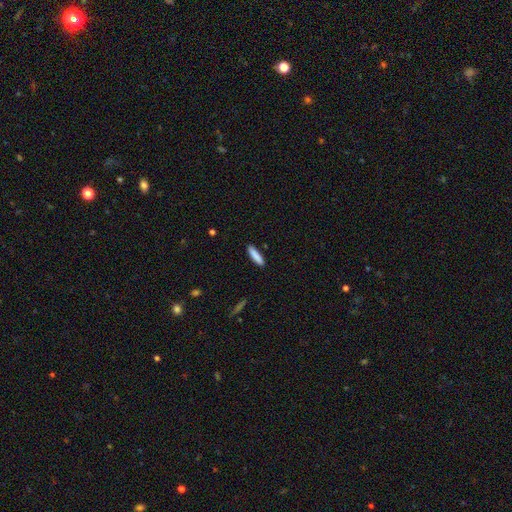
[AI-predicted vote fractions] Smooth or featured? Predicted: smooth (p=0.87). How rounded? Predicted: cigar-shaped (p=0.81). Merging? Predicted: none (p=0.90).